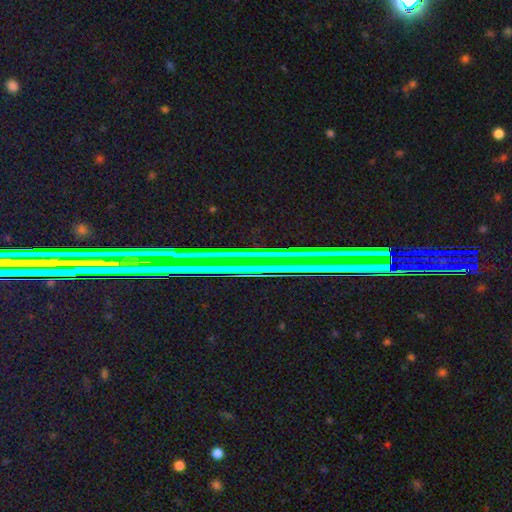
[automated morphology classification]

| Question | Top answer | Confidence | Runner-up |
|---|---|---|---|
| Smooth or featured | star or artifact | 78% | featured or disk (14%) |